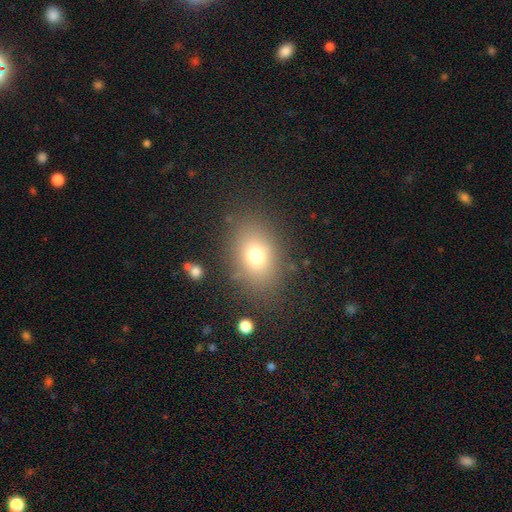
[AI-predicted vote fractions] This is likely a smooth galaxy (74%). How rounded: likely in between (70%). Merging: clearly none (81%).